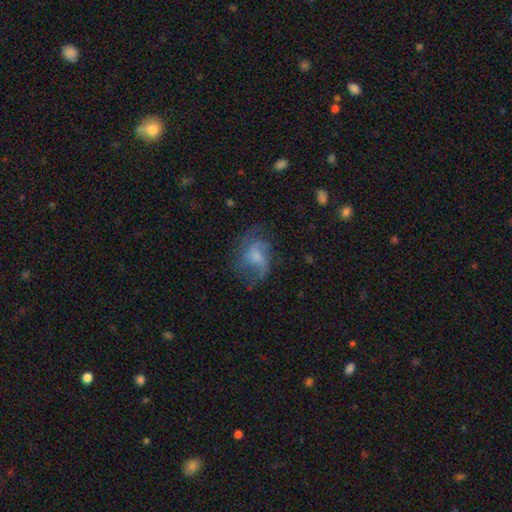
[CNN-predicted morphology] A featured or disk galaxy (59%) with no bar (57%), spiral arms (80%) and a moderate central bulge (32%). Merging: none (48%).